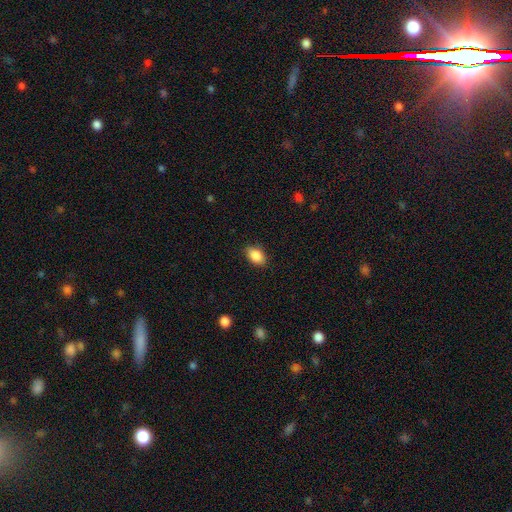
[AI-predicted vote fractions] This is clearly a smooth galaxy (88%). How rounded: clearly in between (87%). Merging: clearly none (85%).